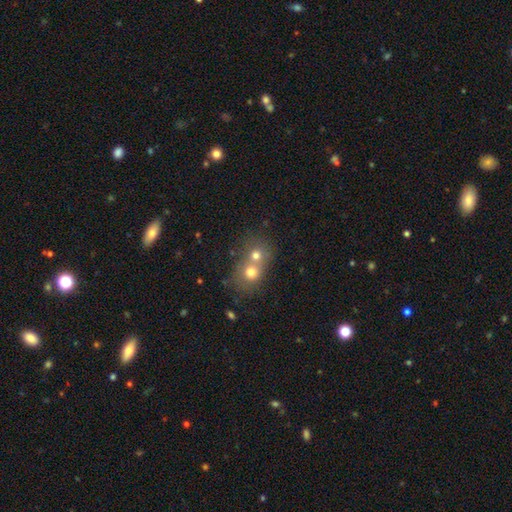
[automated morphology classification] Smooth or featured?
  - smooth: 70% *
  - featured or disk: 17%
  - star or artifact: 13%
How rounded?
  - round: 76% *
  - in between: 23%
  - cigar-shaped: 1%
Merging?
  - merger: 63% *
  - none: 29%
  - minor disturbance: 5%
  - major disturbance: 3%